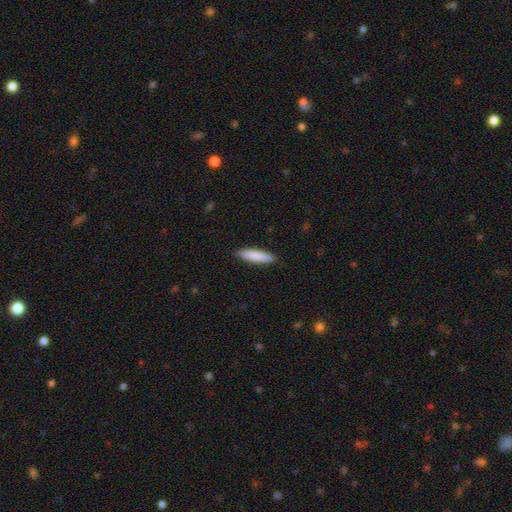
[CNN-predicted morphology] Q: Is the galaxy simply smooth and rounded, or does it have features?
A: smooth — 85%.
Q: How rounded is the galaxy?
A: cigar-shaped — 78%.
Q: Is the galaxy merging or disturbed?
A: none — 90%.